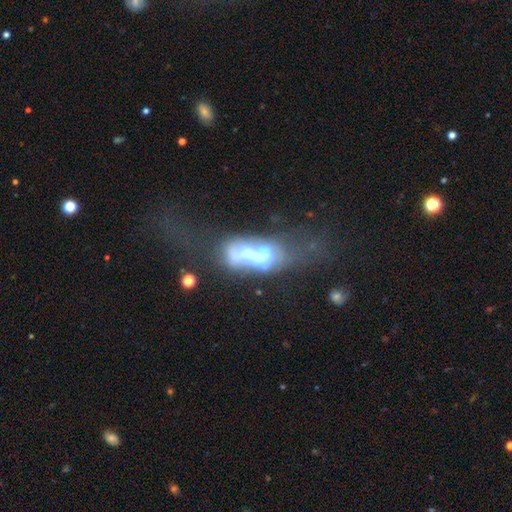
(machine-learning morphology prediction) This appears to be a featured or disk galaxy (55%) with no bar (70%), no spiral arms (87%) and a moderate central bulge (34%). Merging: merger (38%).